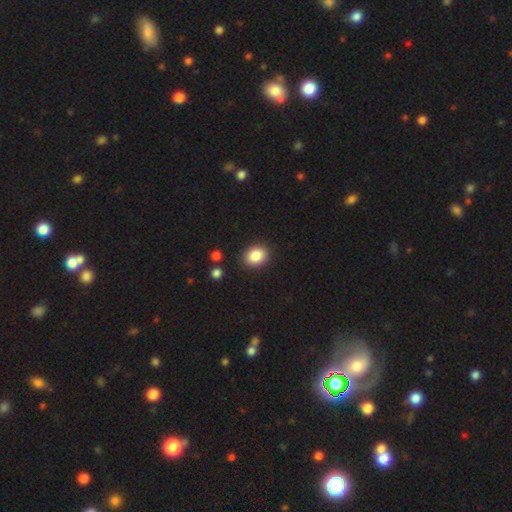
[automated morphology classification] Q: Smooth or featured?
A: smooth (86%); runner-up: star or artifact (9%)
Q: How rounded?
A: round (53%); runner-up: in between (46%)
Q: Merging?
A: none (88%); runner-up: minor disturbance (8%)